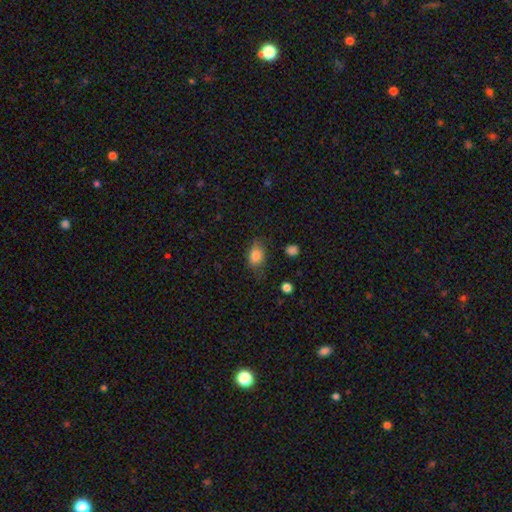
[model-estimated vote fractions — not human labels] This is clearly a smooth galaxy (83%). How rounded: likely in between (79%). Merging: likely none (67%).